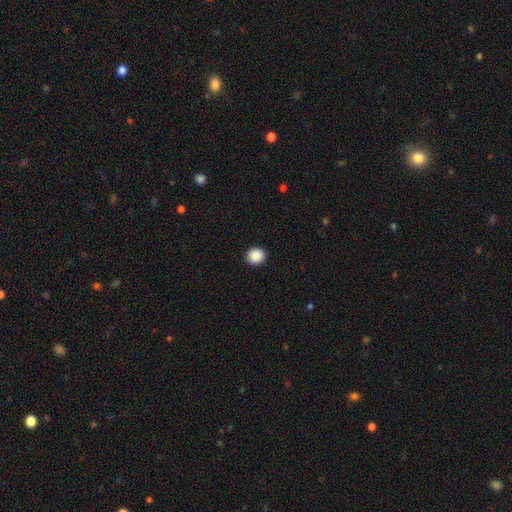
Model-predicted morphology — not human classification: Smooth or featured?
  - smooth: 89% *
  - star or artifact: 9%
  - featured or disk: 3%
How rounded?
  - round: 91% *
  - in between: 8%
  - cigar-shaped: 1%
Merging?
  - none: 93% *
  - minor disturbance: 5%
  - major disturbance: 2%
  - merger: 1%